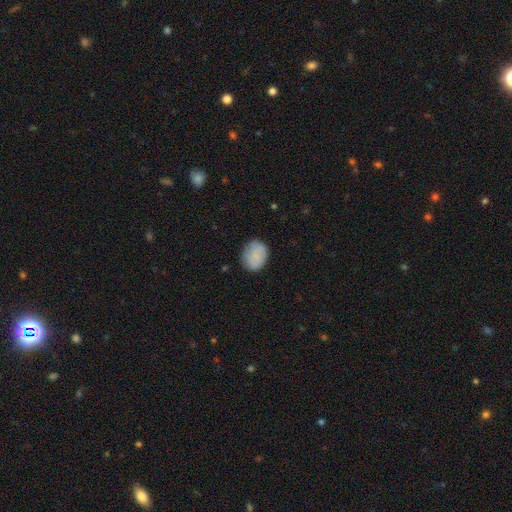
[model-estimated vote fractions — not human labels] A smooth galaxy with no disk features (81%) that is in between round and cigar-shaped (53%). Merging: none (74%).